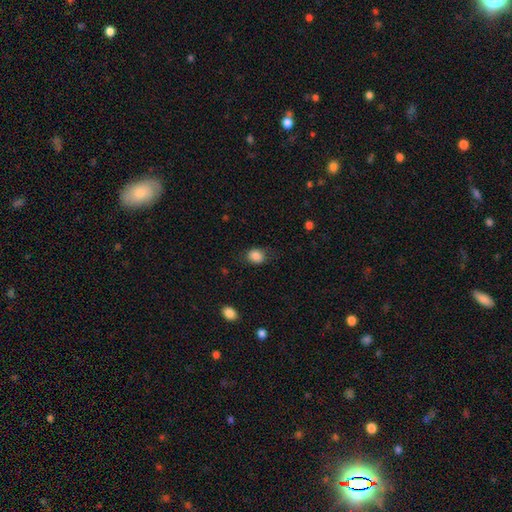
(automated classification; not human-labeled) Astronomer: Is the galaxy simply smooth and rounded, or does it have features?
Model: smooth — 86%.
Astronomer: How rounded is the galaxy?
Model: round — 60% (runner-up: in between, 39%).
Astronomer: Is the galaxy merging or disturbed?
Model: none — 74%.